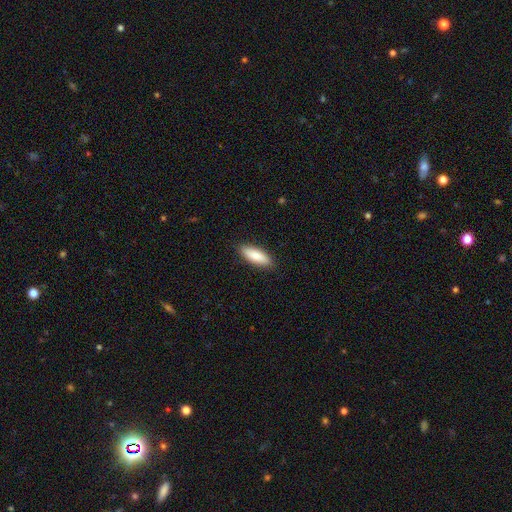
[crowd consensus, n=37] Q: Smooth or featured?
A: smooth (84%); runner-up: featured or disk (11%)
Q: How rounded?
A: in between (74%); runner-up: cigar-shaped (26%)
Q: Merging?
A: none (97%); runner-up: minor disturbance (3%)